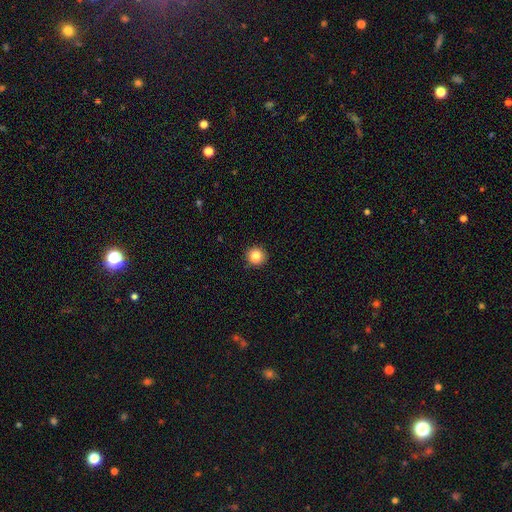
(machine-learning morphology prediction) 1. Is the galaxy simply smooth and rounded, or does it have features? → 84% smooth, 10% star or artifact, 5% featured or disk.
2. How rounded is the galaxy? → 92% round, 7% in between, 1% cigar-shaped.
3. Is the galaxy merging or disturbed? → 91% none, 7% minor disturbance, 2% major disturbance, 1% merger.